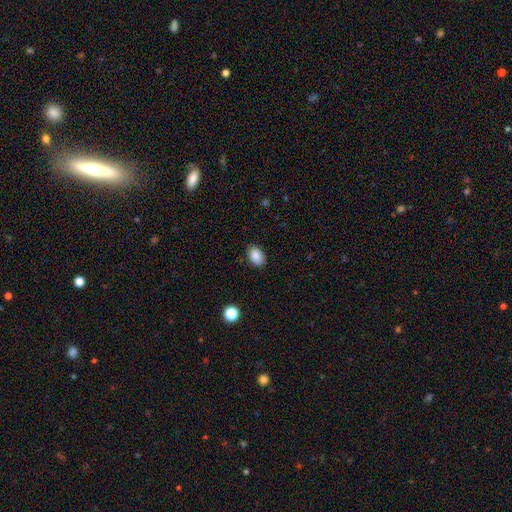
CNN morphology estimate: This appears to be a smooth galaxy with no disk features (87%) that is in between round and cigar-shaped (83%). Merging: none (86%).